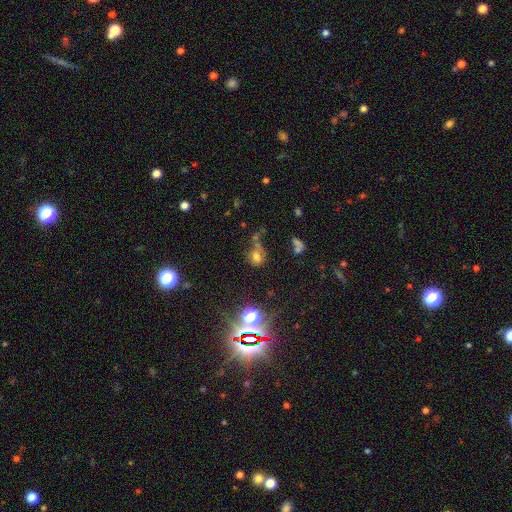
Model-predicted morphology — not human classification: smooth-or-featured: star or artifact: 54% | smooth: 34% | featured or disk: 12%